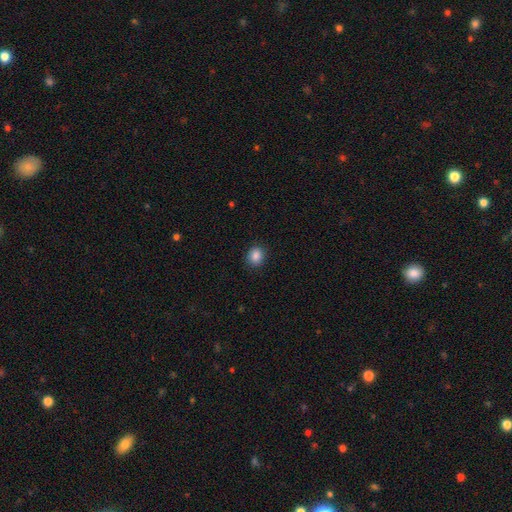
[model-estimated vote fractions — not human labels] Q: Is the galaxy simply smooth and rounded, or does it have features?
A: smooth — 86%.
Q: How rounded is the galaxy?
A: round — 68%.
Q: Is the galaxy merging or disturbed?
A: none — 89%.